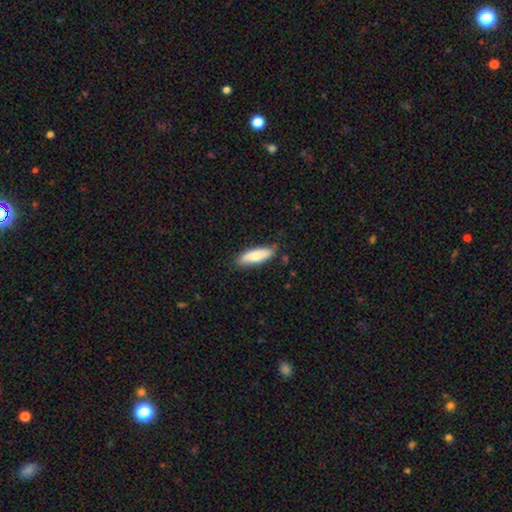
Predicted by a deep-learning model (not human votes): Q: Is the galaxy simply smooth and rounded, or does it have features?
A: smooth — 73%.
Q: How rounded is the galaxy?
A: in between — 55%.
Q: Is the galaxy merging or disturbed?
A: none — 81%.